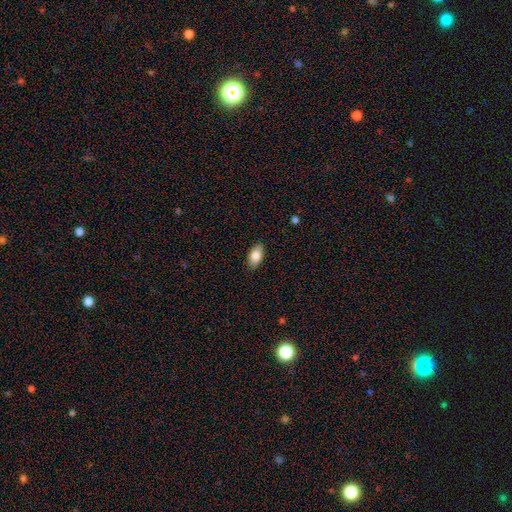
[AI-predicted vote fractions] smooth_or_featured: smooth (p=0.84) [alt: featured or disk p=0.09]
how_rounded: in between (p=0.91) [alt: cigar-shaped p=0.05]
merging: none (p=0.86) [alt: minor disturbance p=0.11]